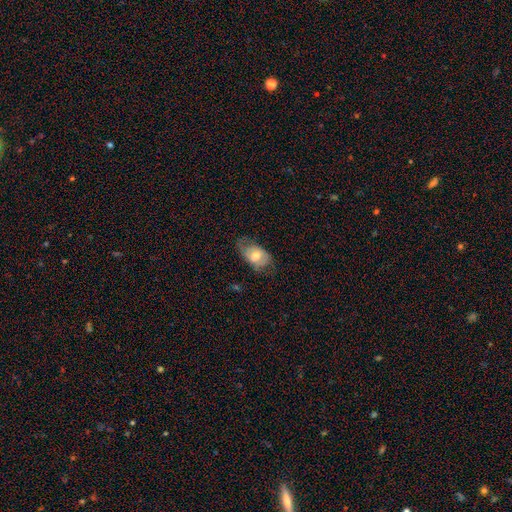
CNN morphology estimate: smooth-or-featured: smooth: 56% | featured or disk: 37% | star or artifact: 7%
  how-rounded: in between: 86% | round: 13% | cigar-shaped: 2%
  merging: none: 50% | minor disturbance: 33% | major disturbance: 16% | merger: 1%